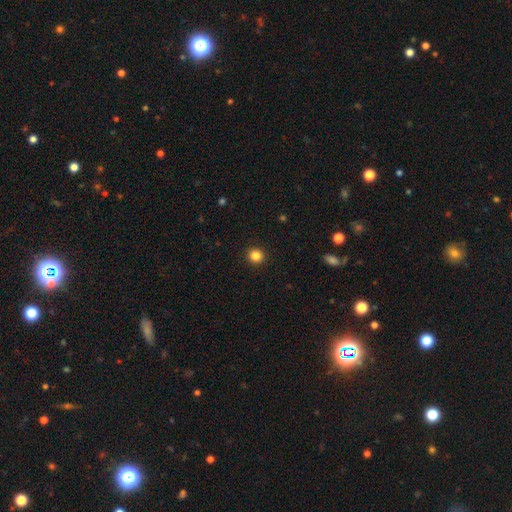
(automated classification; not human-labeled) Smooth or featured? smooth (85%)
How rounded? round (90%)
Merging? none (93%)